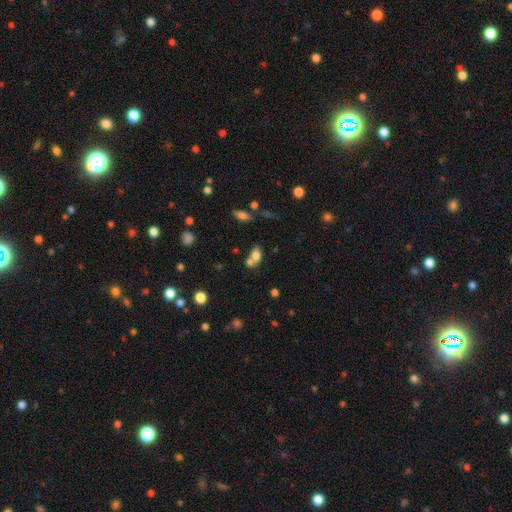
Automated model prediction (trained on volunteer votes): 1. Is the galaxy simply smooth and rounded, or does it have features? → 73% smooth, 15% featured or disk, 12% star or artifact.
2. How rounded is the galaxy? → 77% in between, 19% round, 3% cigar-shaped.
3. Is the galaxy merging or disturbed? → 51% merger, 34% none, 10% minor disturbance, 5% major disturbance.